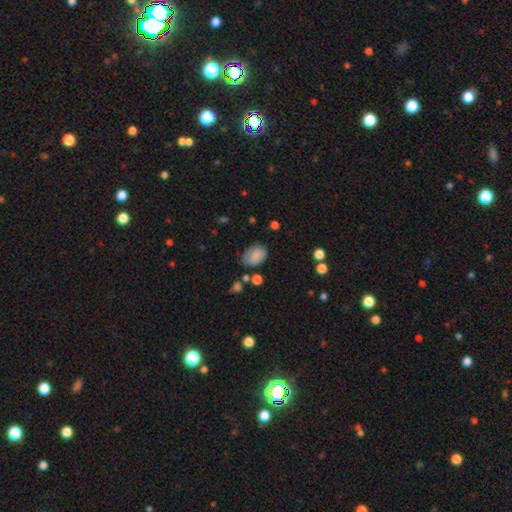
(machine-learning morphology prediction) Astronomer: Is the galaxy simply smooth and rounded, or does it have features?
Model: smooth — 84%.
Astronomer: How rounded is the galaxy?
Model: in between — 79%.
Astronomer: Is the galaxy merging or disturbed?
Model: none — 66%.